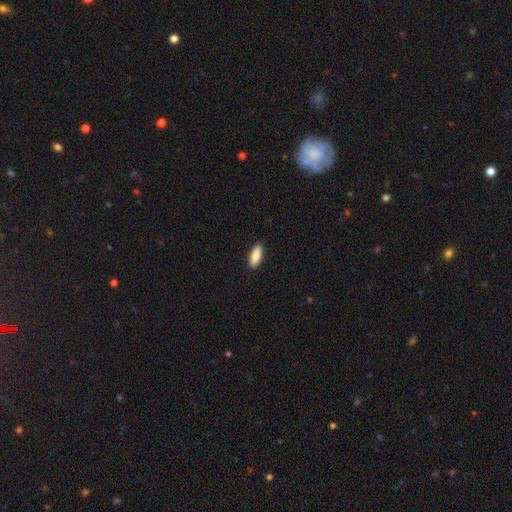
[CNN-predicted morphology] Q: Smooth or featured?
A: smooth (88%); runner-up: featured or disk (6%)
Q: How rounded?
A: in between (76%); runner-up: cigar-shaped (22%)
Q: Merging?
A: none (90%); runner-up: minor disturbance (7%)